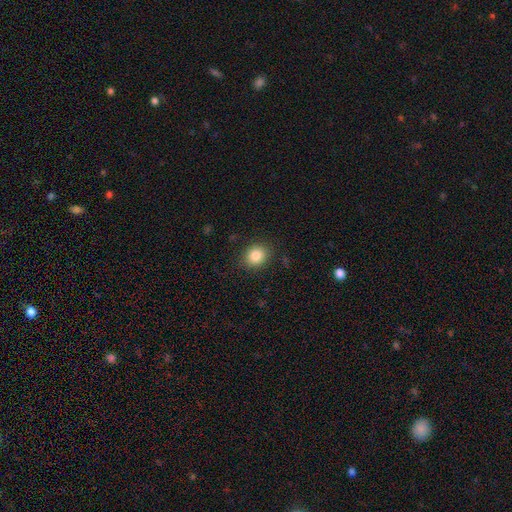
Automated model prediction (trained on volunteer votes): smooth 84%, star or artifact 10%, featured or disk 6%. Down the decision tree: how rounded — round (68%); merging — none (87%).